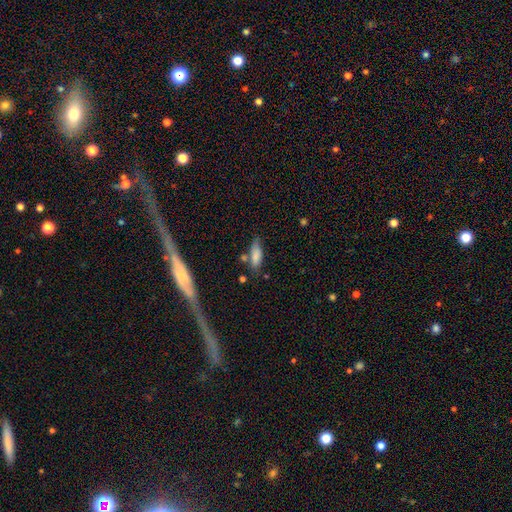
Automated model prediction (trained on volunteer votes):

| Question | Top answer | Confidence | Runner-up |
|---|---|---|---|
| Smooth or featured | smooth | 81% | featured or disk (11%) |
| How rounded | in between | 61% | cigar-shaped (37%) |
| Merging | none | 63% | minor disturbance (20%) |